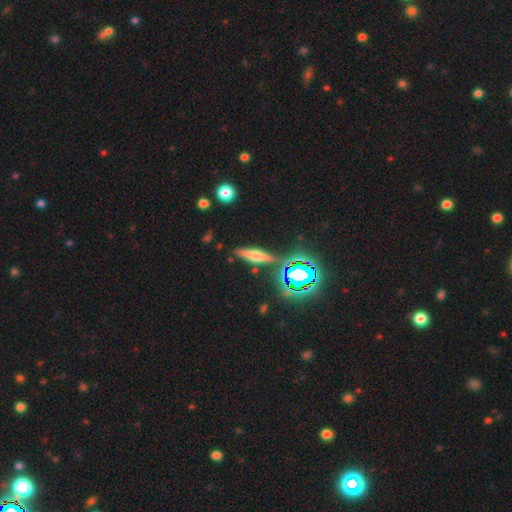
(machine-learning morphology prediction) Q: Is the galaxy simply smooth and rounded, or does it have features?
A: smooth — 41%.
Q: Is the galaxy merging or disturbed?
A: none — 81%.